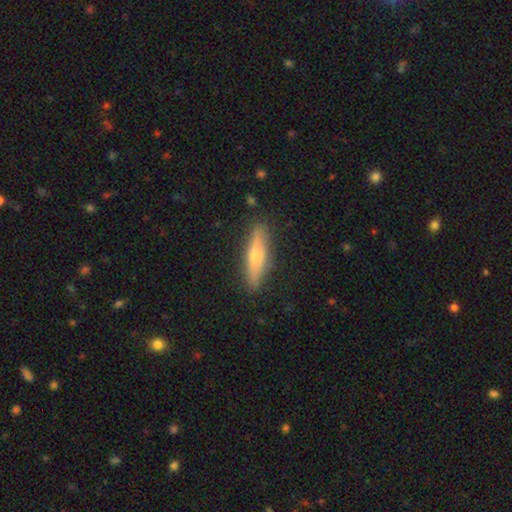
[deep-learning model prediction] smooth_or_featured: smooth (p=0.51) [alt: featured or disk p=0.43]
how_rounded: cigar-shaped (p=0.76) [alt: in between p=0.22]
merging: none (p=0.88) [alt: minor disturbance p=0.09]